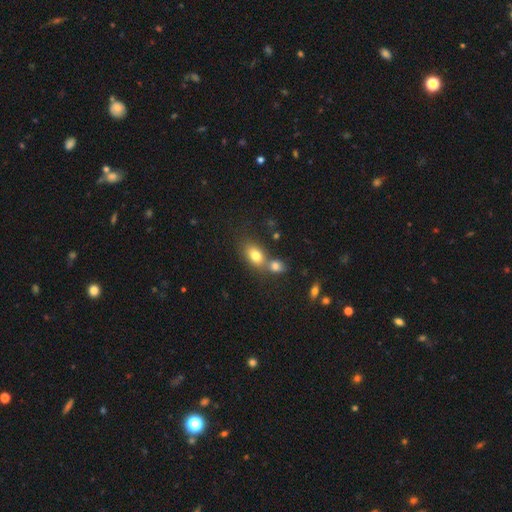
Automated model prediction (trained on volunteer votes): A smooth galaxy with no disk features (78%) that is in between round and cigar-shaped (80%).

Vote fractions:
- Smooth or featured? smooth: 78% / featured or disk: 13% / star or artifact: 10%
- How rounded? in between: 80% / round: 18% / cigar-shaped: 3%
- Merging? merger: 47% / none: 40% / minor disturbance: 9% / major disturbance: 4%